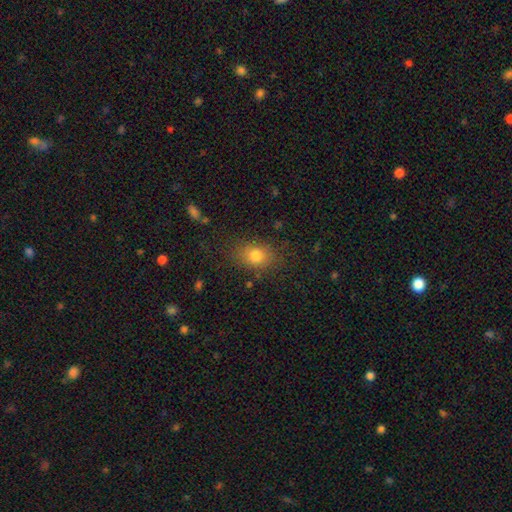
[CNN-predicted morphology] A smooth galaxy with no disk features (79%) that is in between round and cigar-shaped (62%). Merging: none (80%).